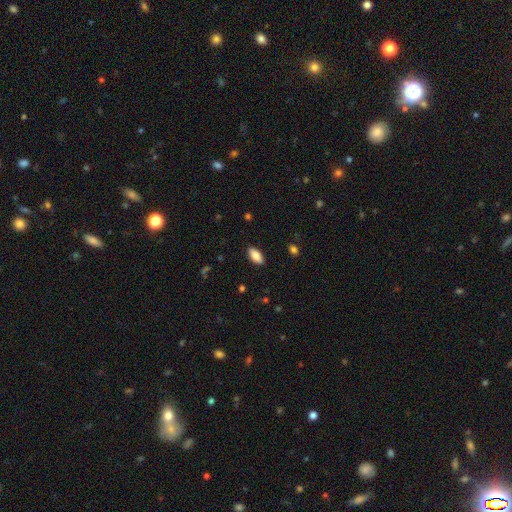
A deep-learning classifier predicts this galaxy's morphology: This is clearly a smooth galaxy (84%). How rounded: clearly in between (90%). Merging: clearly none (88%).